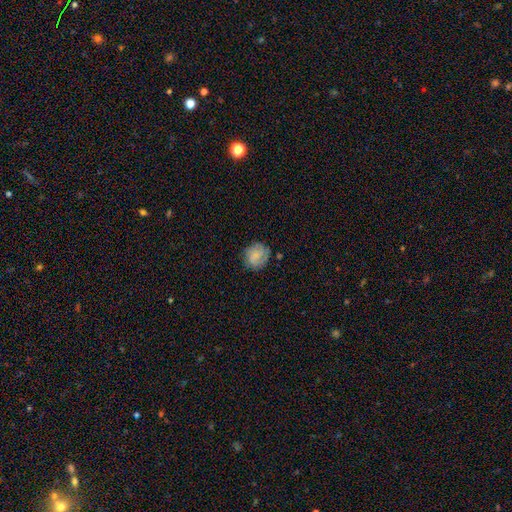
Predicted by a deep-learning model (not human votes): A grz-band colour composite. It shows a smooth galaxy with no disk features (69%) that is round (73%). Merging: none (70%).